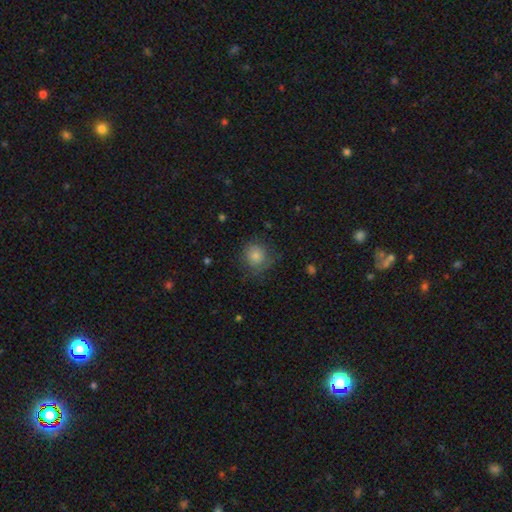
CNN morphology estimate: A smooth galaxy with no disk features (76%) that is round (88%). Merging: none (71%).